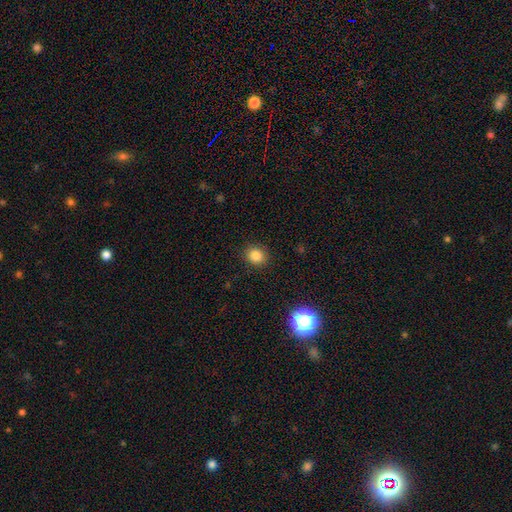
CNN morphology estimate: smooth 83%, star or artifact 12%, featured or disk 4%. Down the decision tree: how rounded — round (79%); merging — none (90%).